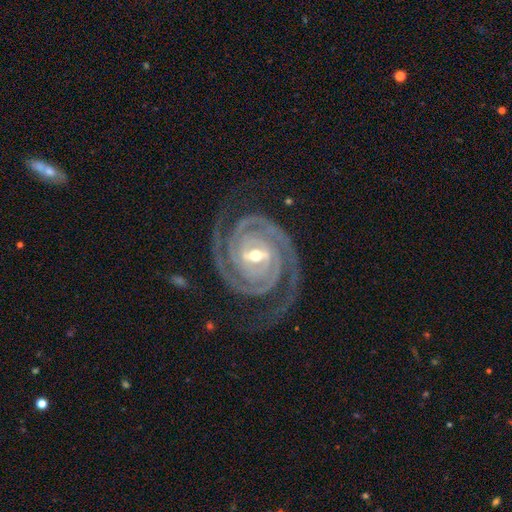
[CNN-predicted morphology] A featured or disk galaxy (94%) with a strong bar (44%), 2 (86%) tight (82%) spiral arms (99%) and a moderate central bulge (57%).

Vote fractions:
- Smooth or featured? featured or disk: 94% / star or artifact: 4% / smooth: 2%
- Edge-on disk? no: 98% / yes: 2%
- Bar? strong: 44% / weak: 40% / no: 16%
- Spiral arms? yes: 99% / no: 1%
- Spiral winding? tight: 82% / medium: 16% / loose: 2%
- Spiral arm count? 2: 86% / 3: 5% / can't tell: 3% / 4: 2% / more than 4: 2% / 1: 2%
- Bulge size? moderate: 57% / small: 39% / large: 2% / none: 1% / dominant: 1%
- Merging? none: 82% / minor disturbance: 11% / major disturbance: 5% / merger: 1%